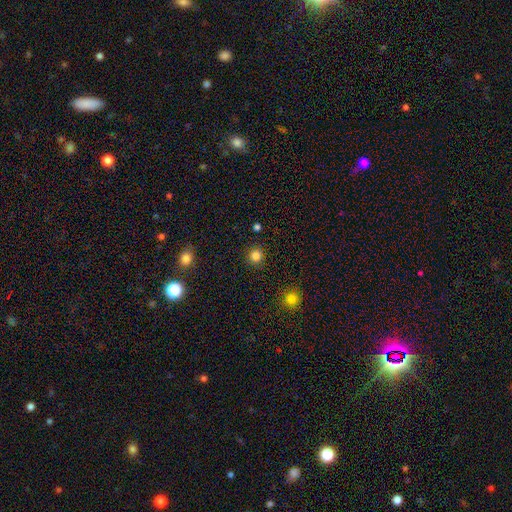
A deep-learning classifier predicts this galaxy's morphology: A smooth galaxy with no disk features (83%) that is round (93%).

Vote fractions:
- Smooth or featured? smooth: 83% / star or artifact: 13% / featured or disk: 4%
- How rounded? round: 93% / in between: 6% / cigar-shaped: 1%
- Merging? none: 91% / minor disturbance: 5% / major disturbance: 2% / merger: 1%